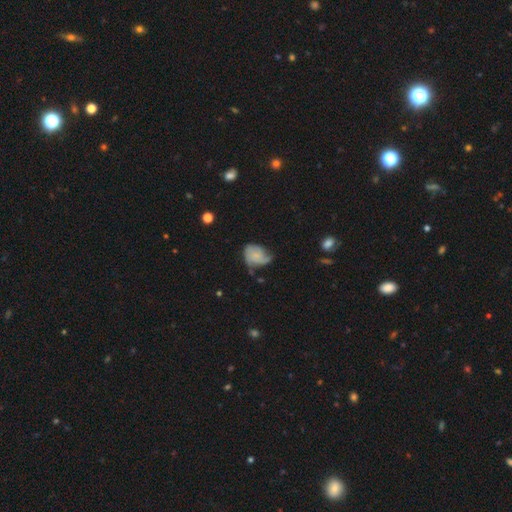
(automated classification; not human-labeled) Overall: featured or disk (49%; smooth 42%). Merging: none (37%; minor disturbance 36%).